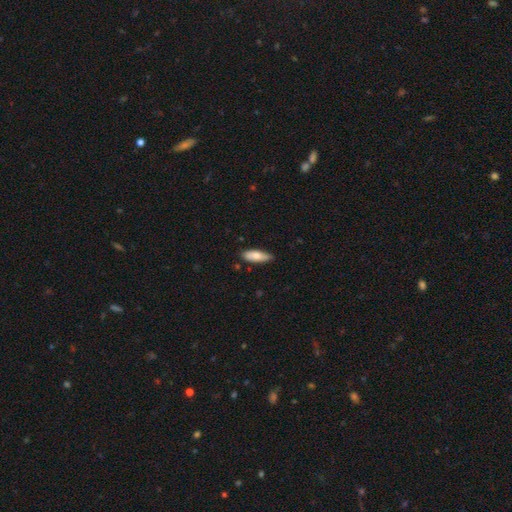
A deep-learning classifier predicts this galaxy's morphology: Overall: smooth (75%). How rounded: in between (62%; cigar-shaped 36%). Merging: none (80%).